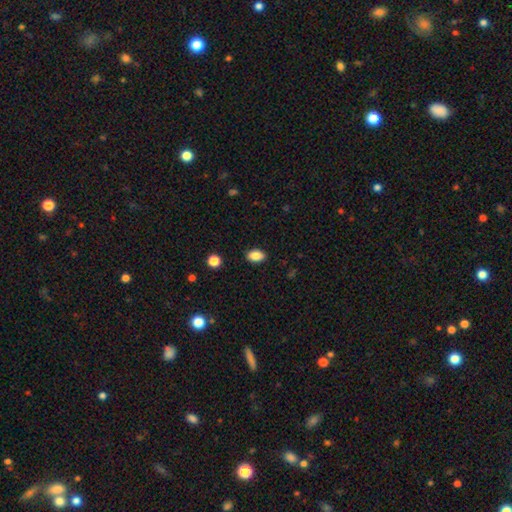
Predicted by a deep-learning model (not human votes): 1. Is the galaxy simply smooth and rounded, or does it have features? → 87% smooth, 9% star or artifact, 4% featured or disk.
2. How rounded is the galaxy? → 85% in between, 13% round, 1% cigar-shaped.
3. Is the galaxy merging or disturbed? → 89% none, 8% minor disturbance, 2% major disturbance, 1% merger.